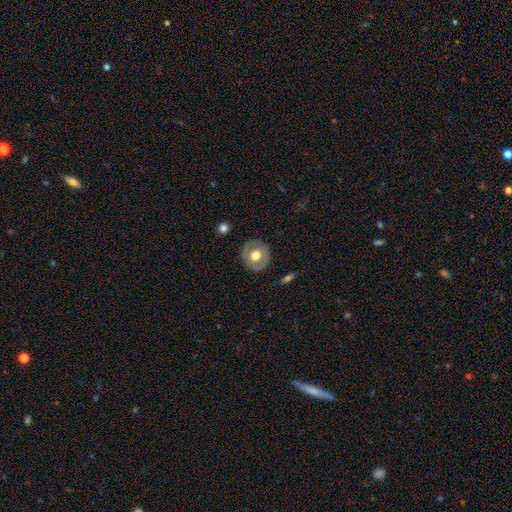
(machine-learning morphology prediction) This is possibly a smooth galaxy (49%). Merging: clearly none (85%).